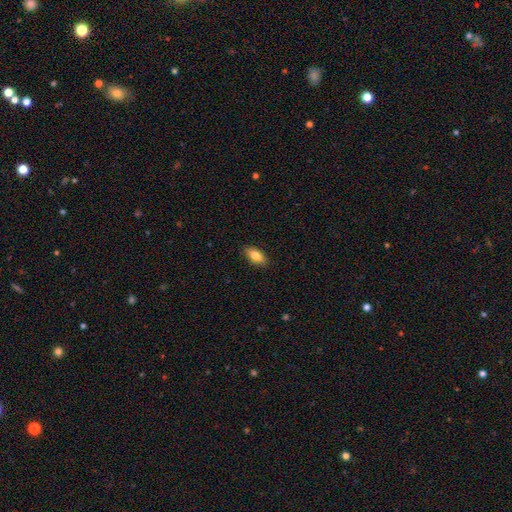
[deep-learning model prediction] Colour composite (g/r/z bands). It shows a smooth galaxy with no disk features (81%) that is in between round and cigar-shaped (86%). Merging: none (87%).